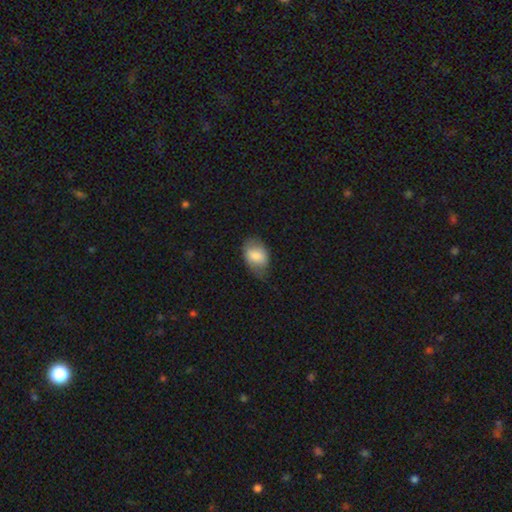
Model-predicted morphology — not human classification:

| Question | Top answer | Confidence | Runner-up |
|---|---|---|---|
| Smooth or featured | smooth | 76% | featured or disk (17%) |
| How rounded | in between | 83% | round (15%) |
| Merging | none | 64% | minor disturbance (27%) |